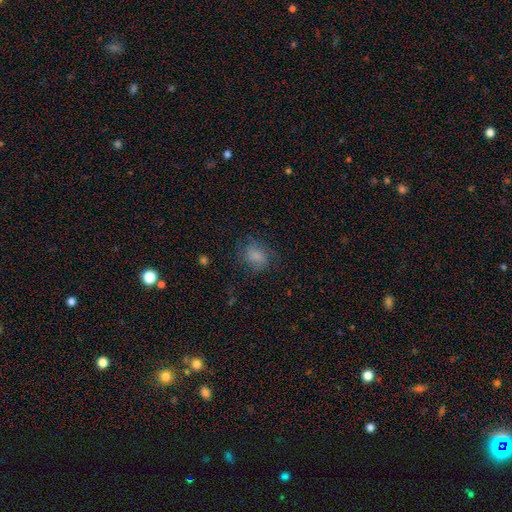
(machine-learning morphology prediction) smooth 72%, featured or disk 17%, star or artifact 11%. Down the decision tree: how rounded — round (54%); merging — none (63%).